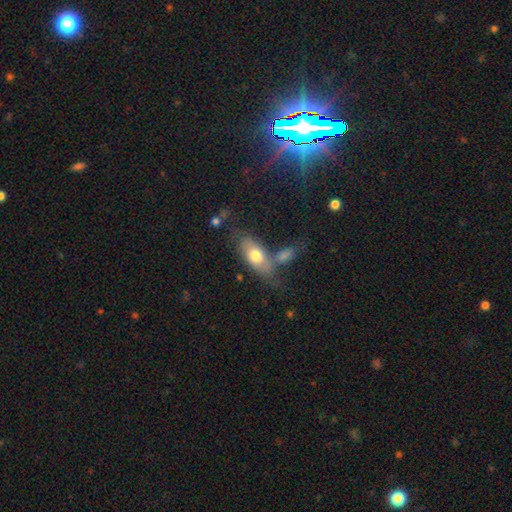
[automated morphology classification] type=smooth (67%); roundness=in between (85%); merging=none (46%).